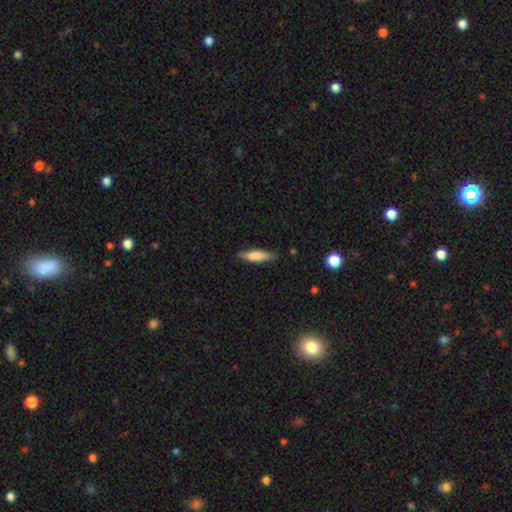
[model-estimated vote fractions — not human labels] smooth_or_featured: smooth (p=0.75) [alt: featured or disk p=0.19]
how_rounded: cigar-shaped (p=0.67) [alt: in between p=0.31]
merging: none (p=0.80) [alt: minor disturbance p=0.16]